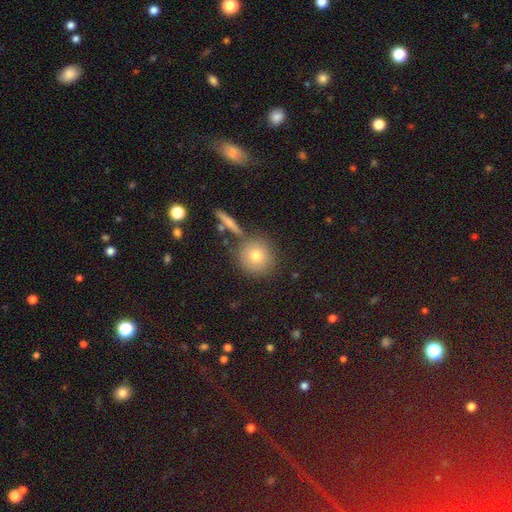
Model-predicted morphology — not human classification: A smooth galaxy with no disk features (75%) that is round (91%). Merging: none (77%).